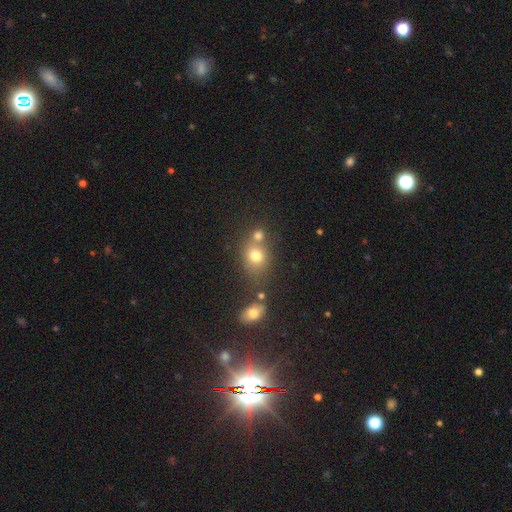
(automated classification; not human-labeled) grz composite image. It shows a smooth galaxy with no disk features (74%) that is round (64%). Merging: none (53%).